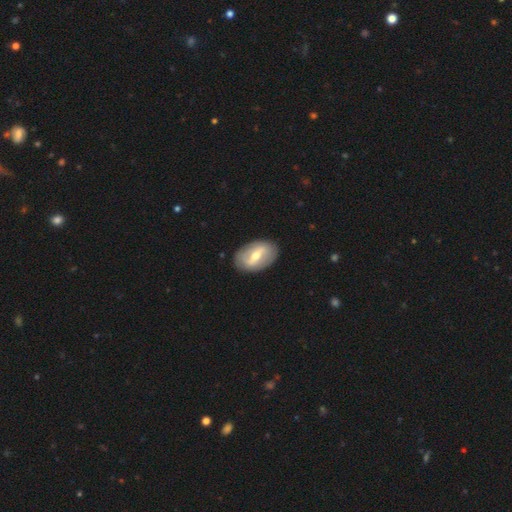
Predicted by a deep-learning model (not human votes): featured or disk 59%, smooth 36%, star or artifact 6%. Down the decision tree: edge-on disk — no (91%); bar — strong (51%); spiral arms — no (69%); bulge size — moderate (70%); merging — none (86%).